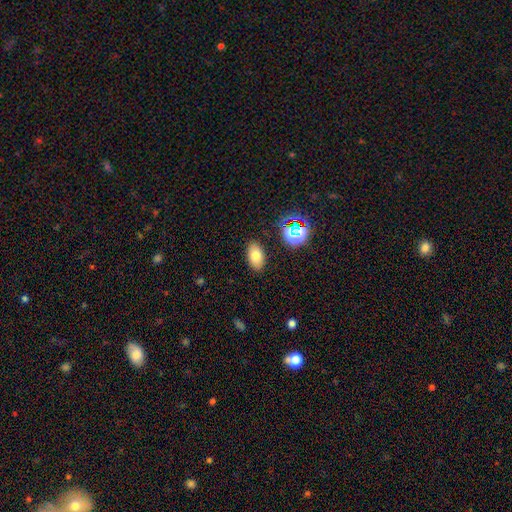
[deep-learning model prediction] The model was most divided on "smooth or featured": smooth: 75%, star or artifact: 13%, featured or disk: 12%. More confident: how rounded — in between (91%); merging — none (87%).